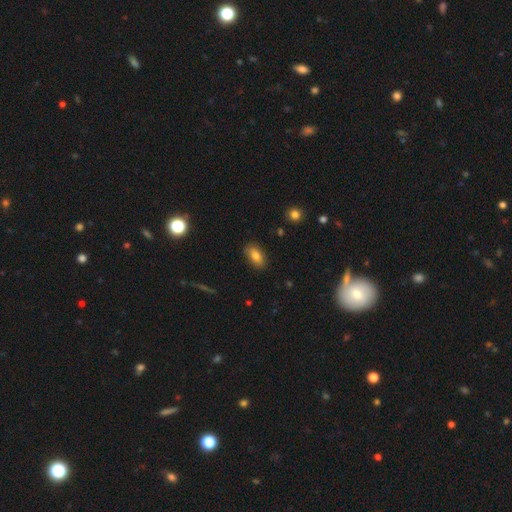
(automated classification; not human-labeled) smooth-or-featured: smooth: 81% | featured or disk: 11% | star or artifact: 9%
  how-rounded: in between: 90% | round: 6% | cigar-shaped: 4%
  merging: none: 85% | minor disturbance: 12% | major disturbance: 2% | merger: 1%